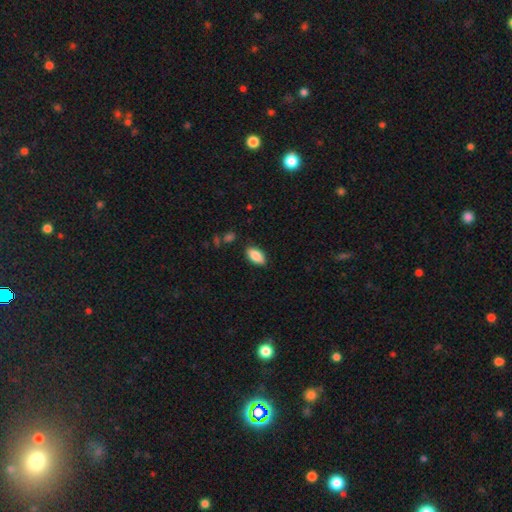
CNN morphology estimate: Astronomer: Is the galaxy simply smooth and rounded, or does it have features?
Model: smooth — 86%.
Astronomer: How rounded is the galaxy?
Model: in between — 91%.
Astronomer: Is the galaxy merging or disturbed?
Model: none — 85%.